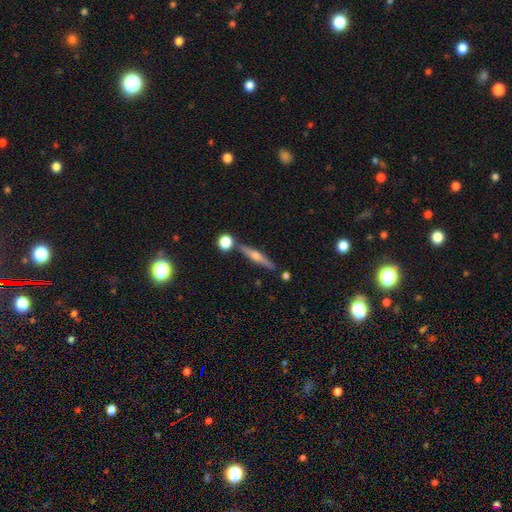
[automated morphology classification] A featured or disk galaxy (67%) viewed edge-on (97%) with a rounded central bulge (86%).

Vote fractions:
- Smooth or featured? featured or disk: 67% / smooth: 25% / star or artifact: 8%
- Edge-on disk? yes: 97% / no: 3%
- Edge-on bulge? rounded: 86% / boxy: 7% / none: 7%
- Merging? none: 83% / minor disturbance: 9% / merger: 6% / major disturbance: 2%